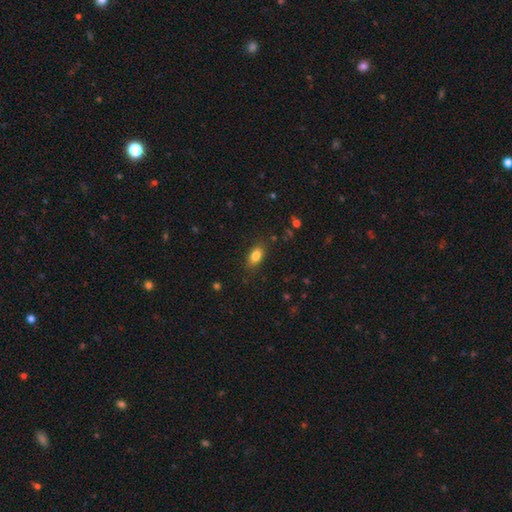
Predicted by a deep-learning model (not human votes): smooth-or-featured: smooth: 84% | star or artifact: 9% | featured or disk: 7%
  how-rounded: in between: 87% | round: 8% | cigar-shaped: 5%
  merging: none: 84% | minor disturbance: 11% | major disturbance: 3% | merger: 1%